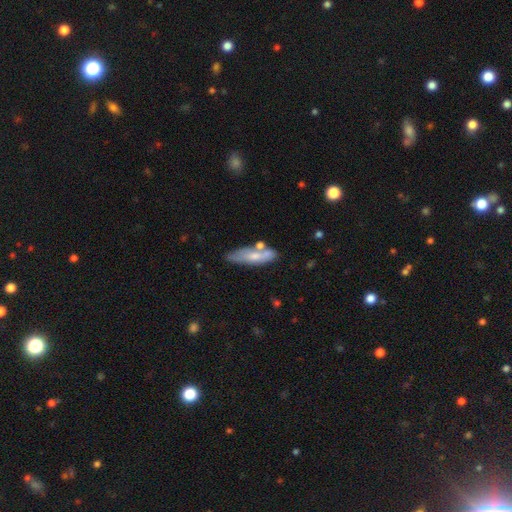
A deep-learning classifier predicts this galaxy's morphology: Smooth or featured? Predicted: smooth (p=0.59). How rounded? Predicted: cigar-shaped (p=0.52). Merging? Predicted: none (p=0.53).